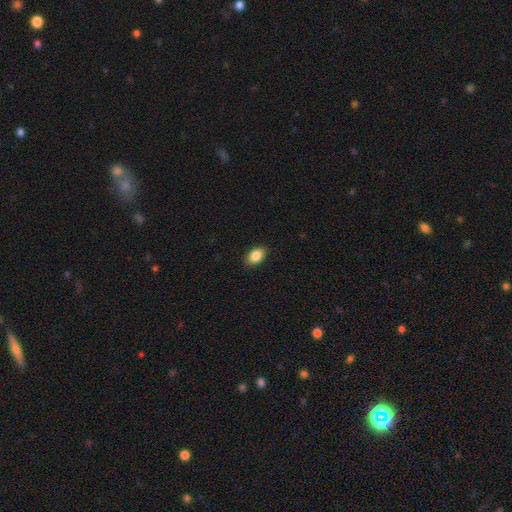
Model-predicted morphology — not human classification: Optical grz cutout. It shows a smooth galaxy with no disk features (87%) that is in between round and cigar-shaped (83%). Merging: none (88%).